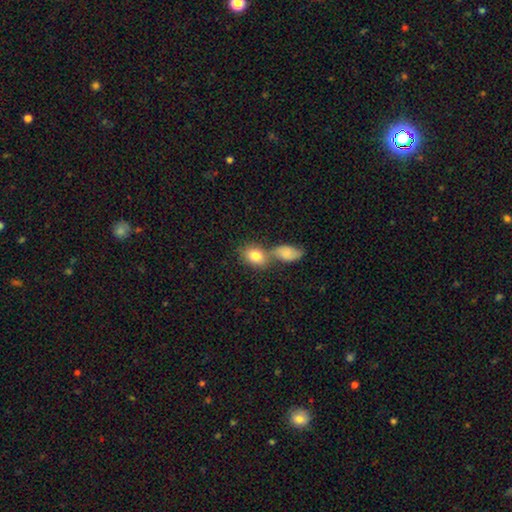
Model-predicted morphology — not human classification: This is clearly a smooth galaxy (82%). How rounded: likely in between (69%). Merging: possibly merger (46%).